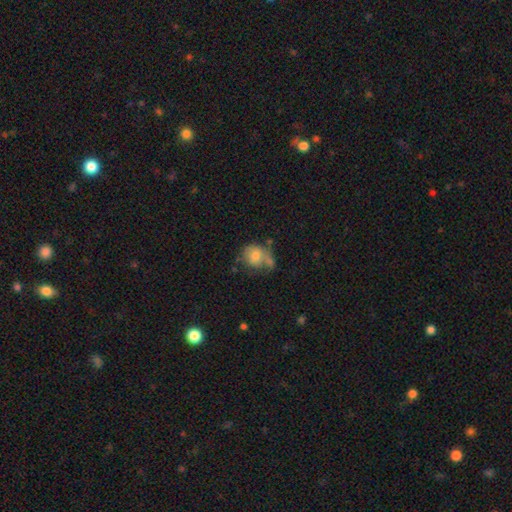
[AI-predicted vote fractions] smooth 65%, featured or disk 26%, star or artifact 8%. Down the decision tree: how rounded — round (59%); merging — none (35%).